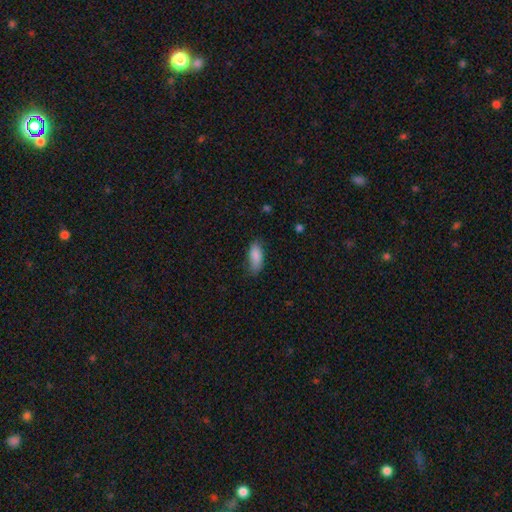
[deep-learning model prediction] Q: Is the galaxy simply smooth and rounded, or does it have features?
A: smooth — 87%.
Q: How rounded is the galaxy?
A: in between — 84%.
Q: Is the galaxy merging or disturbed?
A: none — 71%.